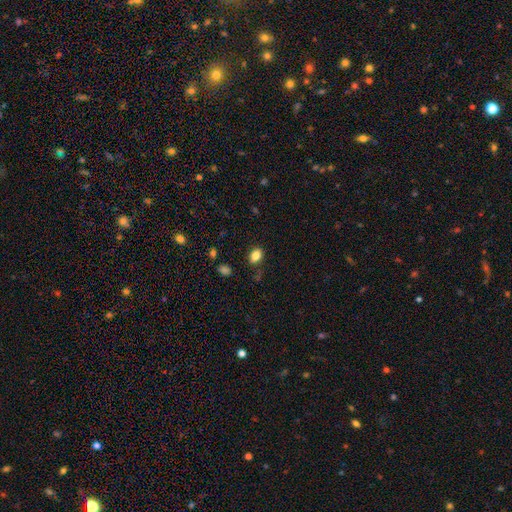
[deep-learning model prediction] smooth-or-featured: smooth: 84% | star or artifact: 10% | featured or disk: 6%
  how-rounded: in between: 77% | round: 21% | cigar-shaped: 1%
  merging: none: 80% | minor disturbance: 14% | major disturbance: 4% | merger: 2%